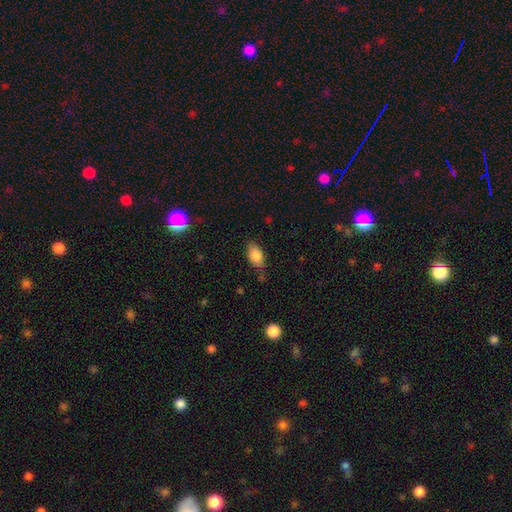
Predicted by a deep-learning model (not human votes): This appears to be a smooth galaxy with no disk features (83%) that is in between round and cigar-shaped (89%). Merging: none (72%).